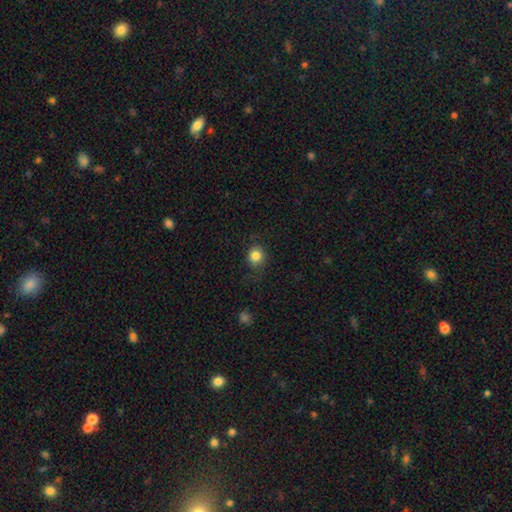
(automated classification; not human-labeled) Q: Smooth or featured?
A: smooth (83%); runner-up: star or artifact (11%)
Q: How rounded?
A: round (82%); runner-up: in between (17%)
Q: Merging?
A: none (80%); runner-up: minor disturbance (14%)